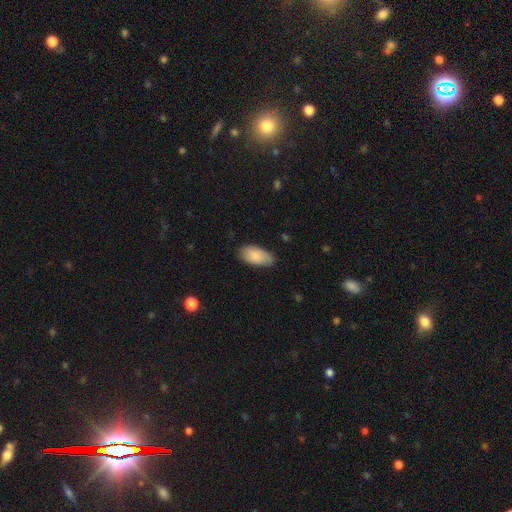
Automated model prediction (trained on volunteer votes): This is clearly a smooth galaxy (82%). How rounded: clearly in between (94%). Merging: likely none (70%).